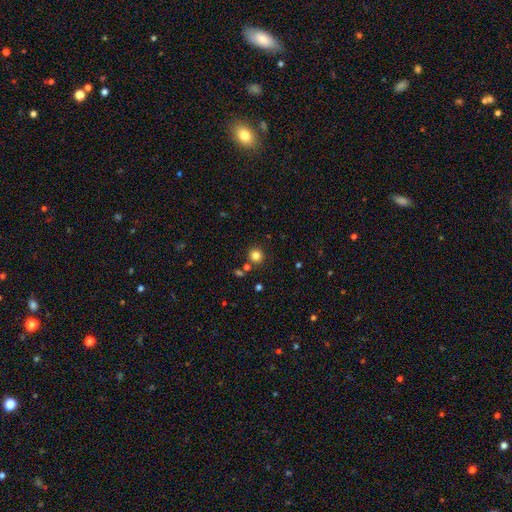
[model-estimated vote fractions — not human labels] Smooth or featured? Predicted: smooth (p=0.82). How rounded? Predicted: round (p=0.93). Merging? Predicted: none (p=0.83).